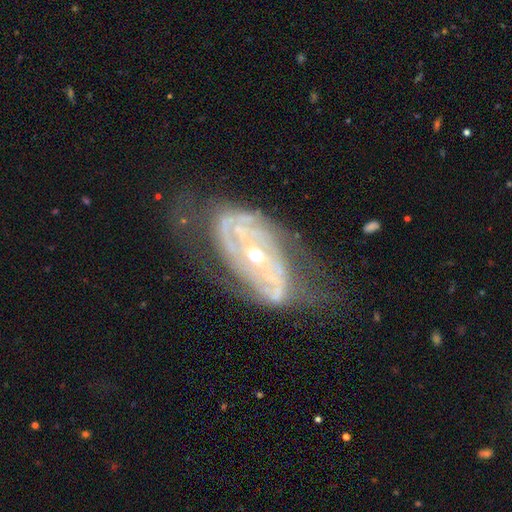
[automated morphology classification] A featured or disk galaxy (87%) with no bar (55%), 2 (51%) tight (58%) spiral arms (90%) and a small central bulge (50%). Merging: none (57%).